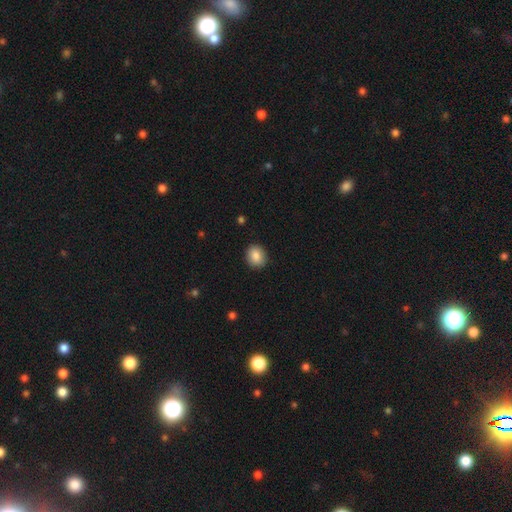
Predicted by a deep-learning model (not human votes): This is clearly a smooth galaxy (87%). How rounded: likely round (67%). Merging: clearly none (90%).